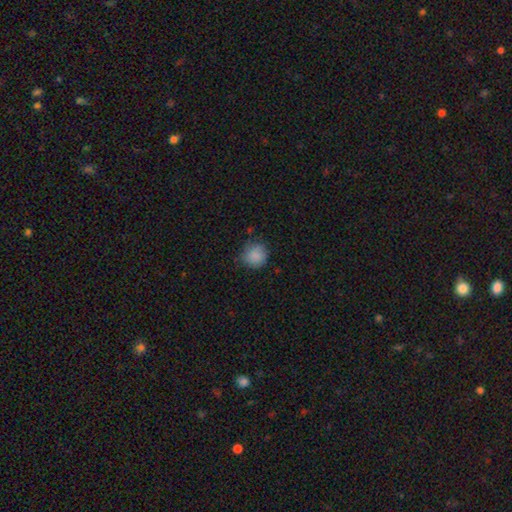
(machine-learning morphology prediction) smooth_or_featured: smooth (p=0.86) [alt: star or artifact p=0.09]
how_rounded: round (p=0.87) [alt: in between p=0.12]
merging: none (p=0.77) [alt: minor disturbance p=0.18]